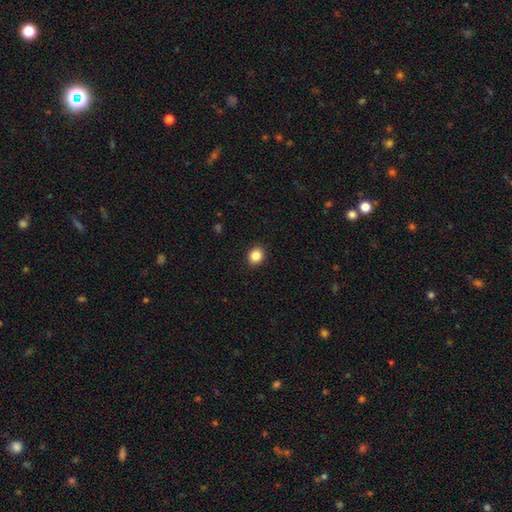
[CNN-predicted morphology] smooth_or_featured: smooth (p=0.85) [alt: star or artifact p=0.10]
how_rounded: round (p=0.73) [alt: in between p=0.26]
merging: none (p=0.91) [alt: minor disturbance p=0.06]